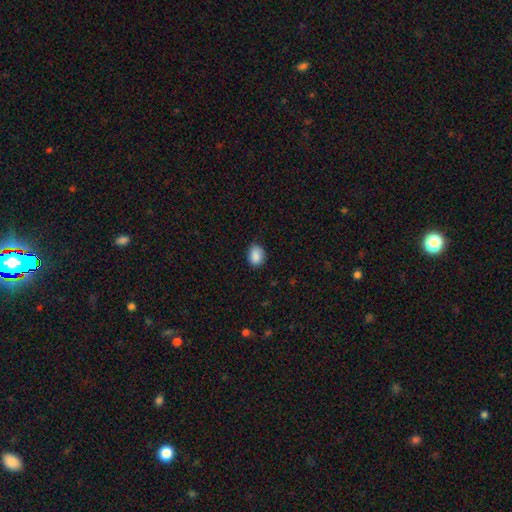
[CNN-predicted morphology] Smooth or featured? smooth (88%)
How rounded? in between (65%)
Merging? none (78%)